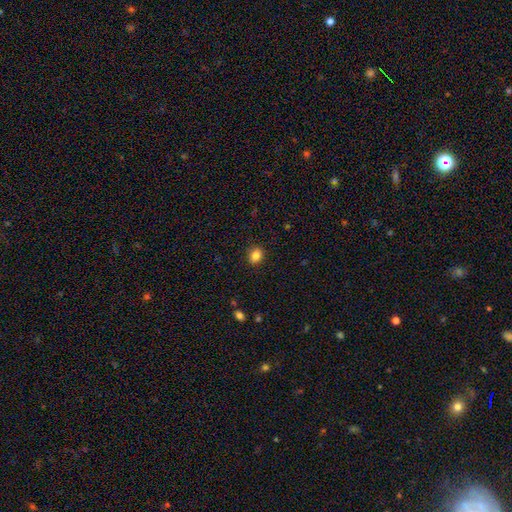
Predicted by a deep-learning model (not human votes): Overall: smooth (84%). How rounded: round (50%; in between 49%). Merging: none (90%).